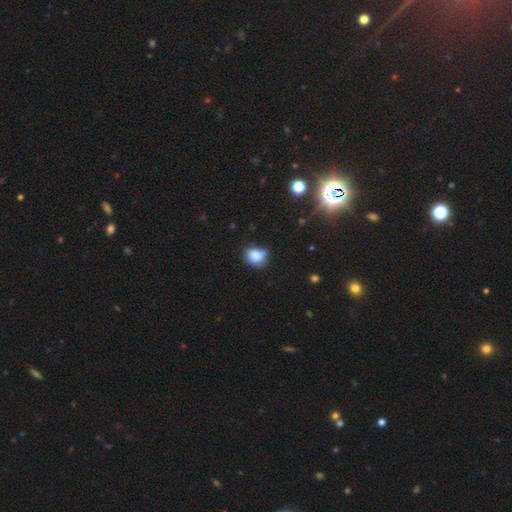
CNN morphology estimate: A smooth galaxy with no disk features (81%) that is round (56%).

Vote fractions:
- Smooth or featured? smooth: 81% / star or artifact: 11% / featured or disk: 8%
- How rounded? round: 56% / in between: 42% / cigar-shaped: 1%
- Merging? none: 46% / minor disturbance: 35% / major disturbance: 11% / merger: 7%